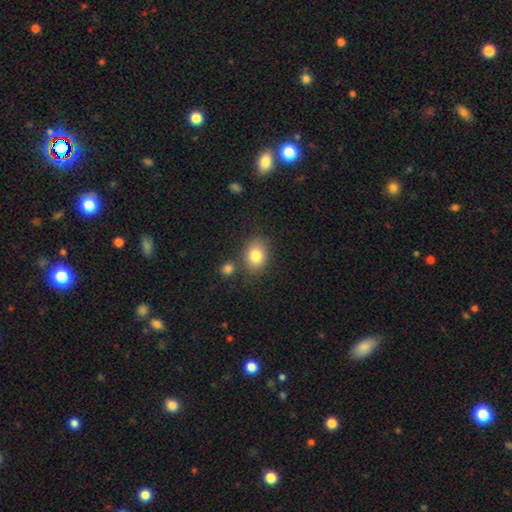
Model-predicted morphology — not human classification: Smooth or featured?
  - smooth: 82% *
  - featured or disk: 9%
  - star or artifact: 9%
How rounded?
  - in between: 63% *
  - round: 36%
  - cigar-shaped: 1%
Merging?
  - none: 74% *
  - minor disturbance: 12%
  - merger: 10%
  - major disturbance: 4%